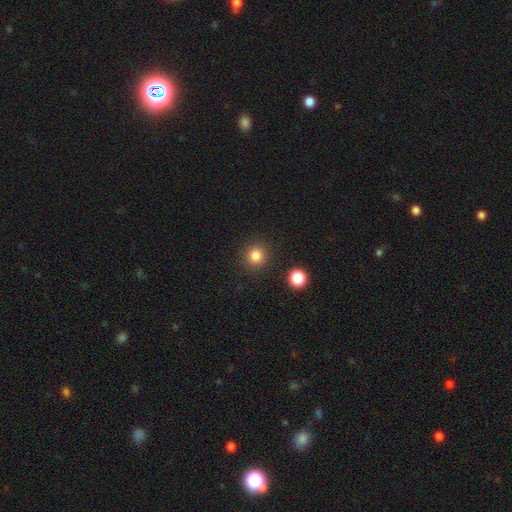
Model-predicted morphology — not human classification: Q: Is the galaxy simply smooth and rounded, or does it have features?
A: smooth — 83%.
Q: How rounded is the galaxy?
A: round — 93%.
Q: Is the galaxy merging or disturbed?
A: none — 89%.